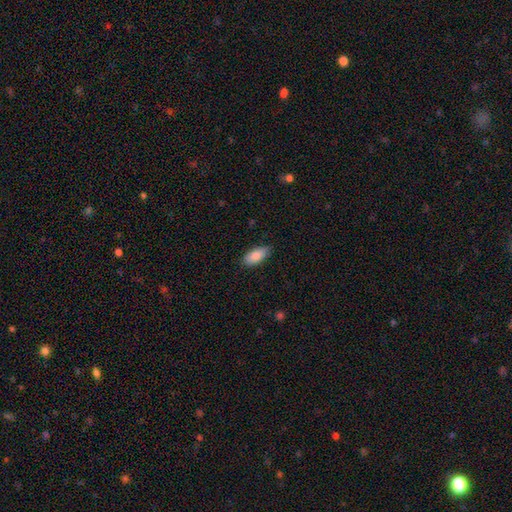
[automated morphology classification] smooth_or_featured: smooth (p=0.85) [alt: featured or disk p=0.09]
how_rounded: in between (p=0.88) [alt: cigar-shaped p=0.10]
merging: none (p=0.84) [alt: minor disturbance p=0.12]